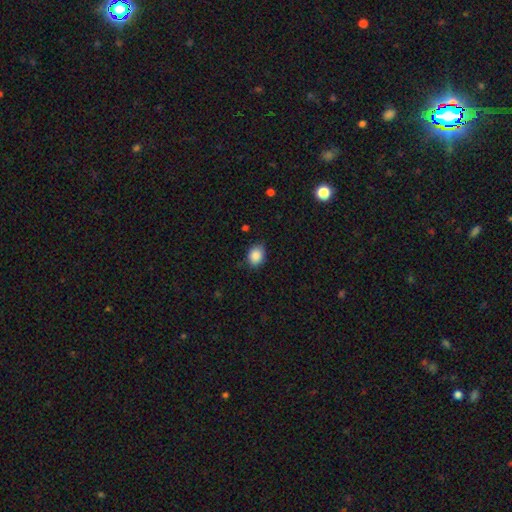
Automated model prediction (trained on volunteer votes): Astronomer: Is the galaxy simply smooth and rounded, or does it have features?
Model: smooth — 88%.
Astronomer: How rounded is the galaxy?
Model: in between — 58% (runner-up: round, 41%).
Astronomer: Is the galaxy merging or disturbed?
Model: none — 81%.